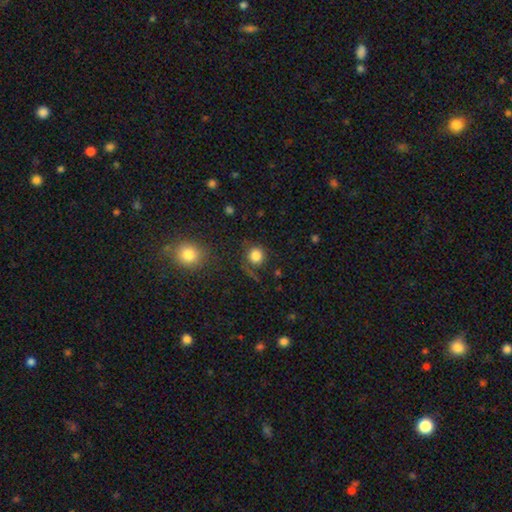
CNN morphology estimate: Smooth or featured: smooth — 82% (star or artifact — 11%)
How rounded: round — 89% (in between — 10%)
Merging: none — 74% (minor disturbance — 14%)